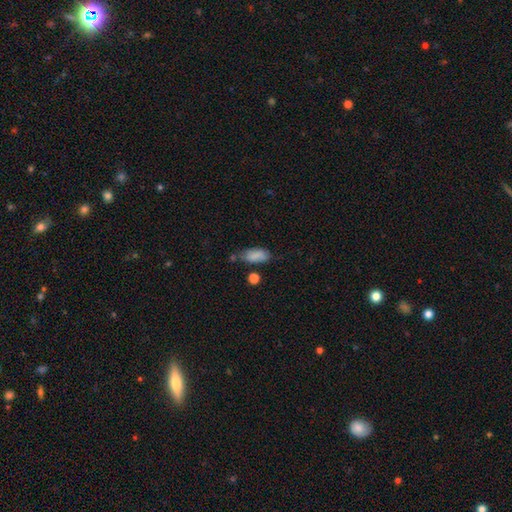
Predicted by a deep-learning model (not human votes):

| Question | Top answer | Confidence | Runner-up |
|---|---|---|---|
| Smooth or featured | smooth | 83% | featured or disk (9%) |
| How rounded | in between | 86% | cigar-shaped (10%) |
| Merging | none | 58% | minor disturbance (26%) |